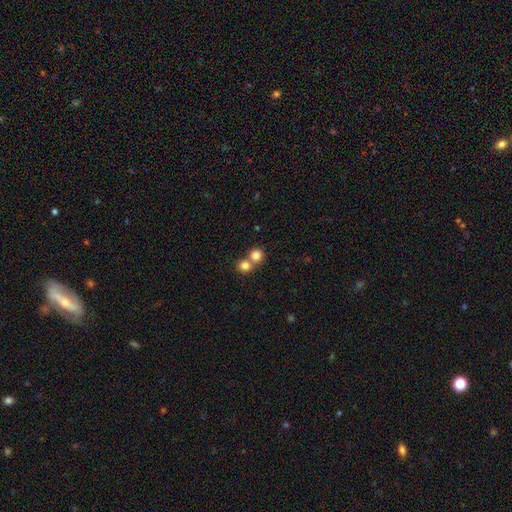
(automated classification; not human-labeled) A smooth galaxy with no disk features (82%) that is round (88%). Merging: merger (47%).